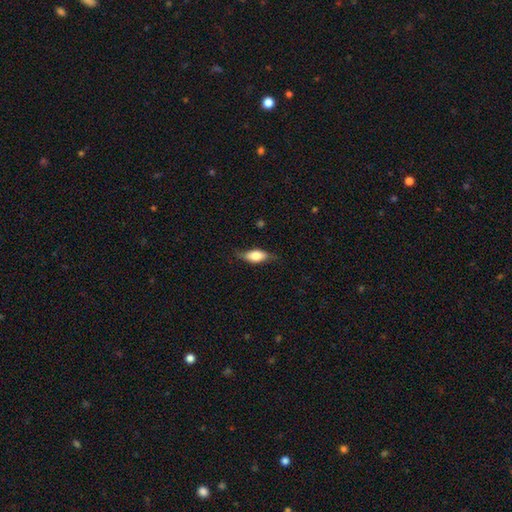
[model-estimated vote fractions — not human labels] This is likely a smooth galaxy (69%). How rounded: clearly in between (82%). Merging: likely none (66%).